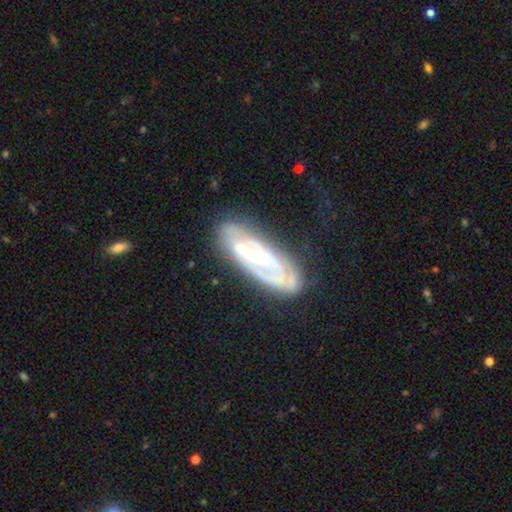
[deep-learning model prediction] smooth_or_featured: featured or disk (p=0.74) [alt: smooth p=0.19]
disk_edge_on: no (p=0.79) [alt: yes p=0.21]
bar: strong (p=0.40) [alt: weak p=0.32]
has_spiral_arms: yes (p=0.71) [alt: no p=0.29]
bulge_size: small (p=0.45) [alt: moderate p=0.40]
merging: none (p=0.70) [alt: minor disturbance p=0.19]